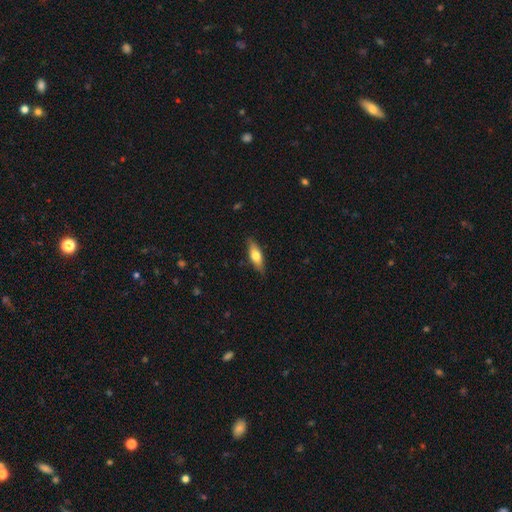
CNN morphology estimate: smooth-or-featured: smooth: 57% | featured or disk: 37% | star or artifact: 6%
  how-rounded: in between: 53% | cigar-shaped: 44% | round: 3%
  merging: none: 84% | minor disturbance: 12% | major disturbance: 2% | merger: 1%